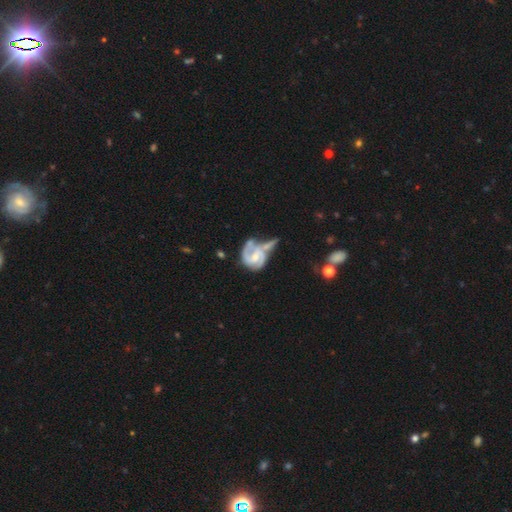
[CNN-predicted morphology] This appears to be a featured or disk galaxy (82%) with no bar (44%), 2 (66%) medium (45%) spiral arms (92%) and a moderate central bulge (47%). Merging: merger (33%).